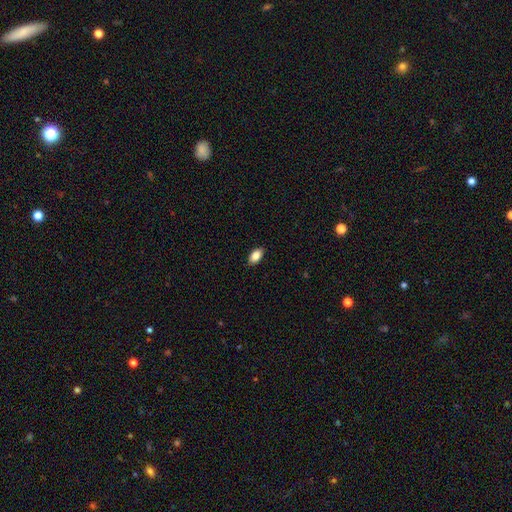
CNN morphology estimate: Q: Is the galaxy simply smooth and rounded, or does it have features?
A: smooth — 86%.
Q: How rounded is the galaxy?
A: in between — 91%.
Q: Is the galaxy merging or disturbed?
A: none — 88%.